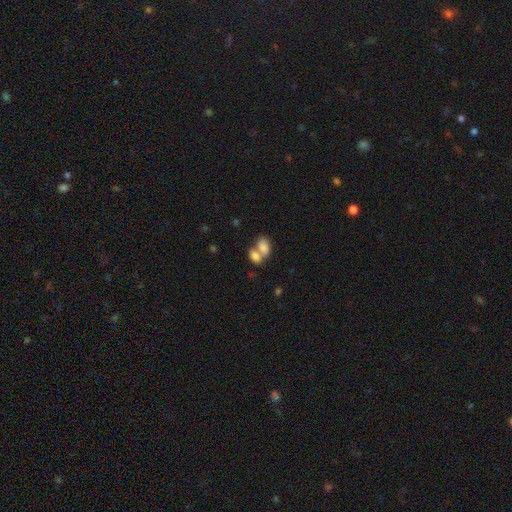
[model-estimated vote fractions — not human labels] Morphology: type=smooth (79%); roundness=in between (86%); merging=merger (68%).